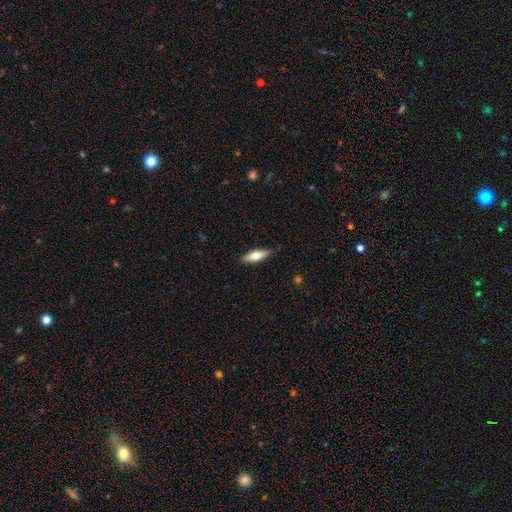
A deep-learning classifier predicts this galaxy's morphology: Overall: smooth (67%; featured or disk 27%). How rounded: cigar-shaped (52%; in between 47%). Merging: none (85%).